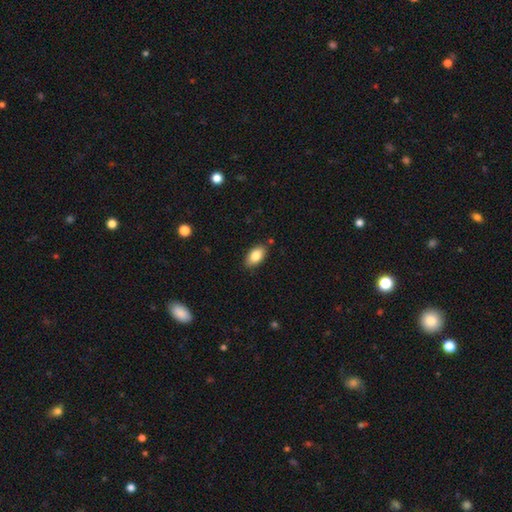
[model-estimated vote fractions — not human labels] smooth_or_featured: smooth (p=0.84) [alt: featured or disk p=0.09]
how_rounded: in between (p=0.93) [alt: round p=0.04]
merging: none (p=0.84) [alt: minor disturbance p=0.12]